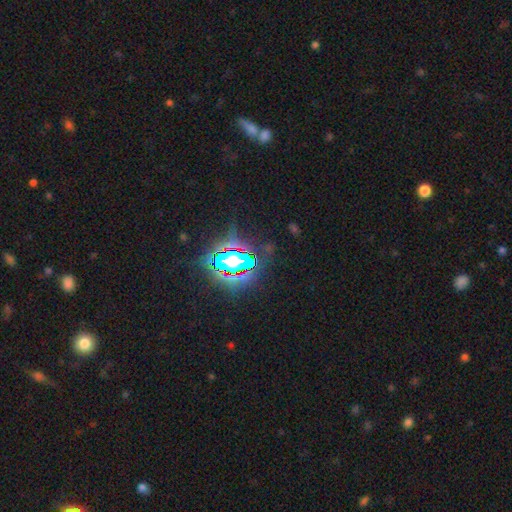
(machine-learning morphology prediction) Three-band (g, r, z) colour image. It shows a star or artifact, not a galaxy (81%).